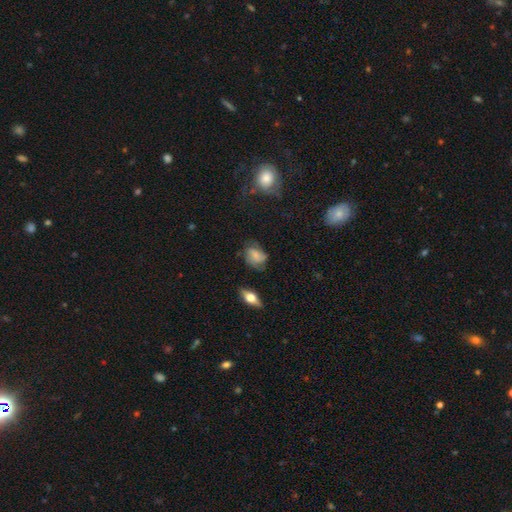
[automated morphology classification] This appears to be a smooth galaxy with no disk features (58%) that is in between round and cigar-shaped (73%). Merging: none (57%).